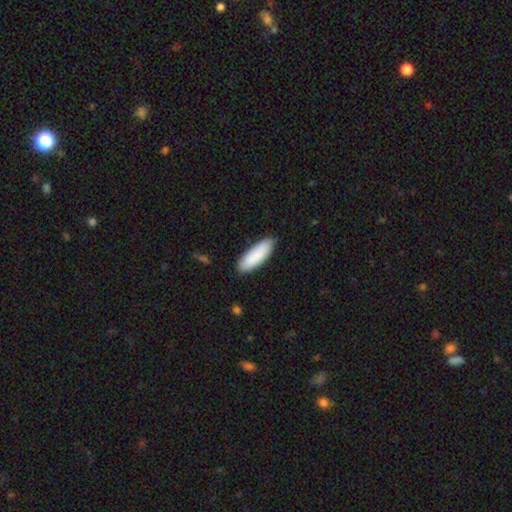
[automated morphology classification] Smooth or featured: smooth — 88% (featured or disk — 6%)
How rounded: in between — 61% (cigar-shaped — 37%)
Merging: none — 86% (minor disturbance — 11%)